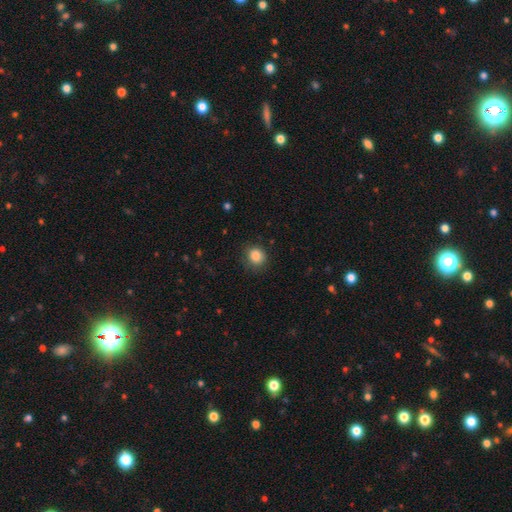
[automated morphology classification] type=smooth (85%); roundness=round (82%); merging=none (82%).